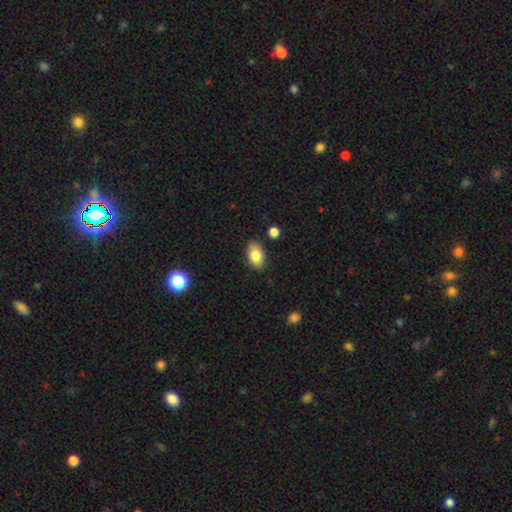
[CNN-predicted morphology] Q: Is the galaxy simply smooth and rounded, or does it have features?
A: smooth — 84%.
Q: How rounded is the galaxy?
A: in between — 90%.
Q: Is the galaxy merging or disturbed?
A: none — 84%.